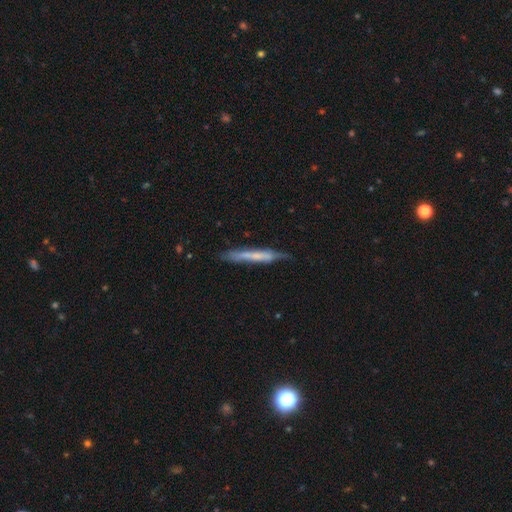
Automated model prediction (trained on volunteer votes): A smooth galaxy with no disk features (47%).

Vote fractions:
- Smooth or featured? smooth: 47% / featured or disk: 46% / star or artifact: 6%
- Merging? none: 69% / minor disturbance: 24% / major disturbance: 5% / merger: 3%